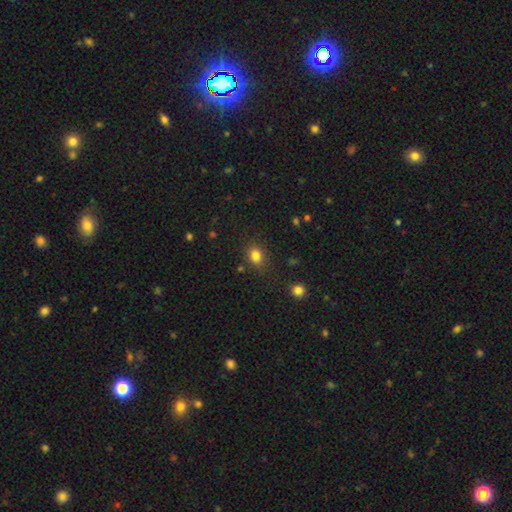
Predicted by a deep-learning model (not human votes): The model was most divided on "how rounded": in between: 55%, round: 44%, cigar-shaped: 1%. More confident: smooth or featured — smooth (83%); merging — none (82%).